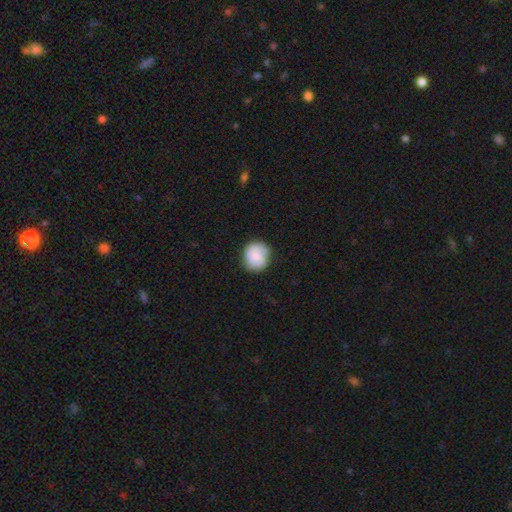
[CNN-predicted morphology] The model was most divided on "smooth or featured": smooth: 73%, featured or disk: 19%, star or artifact: 7%. More confident: how rounded — round (85%); merging — none (80%).